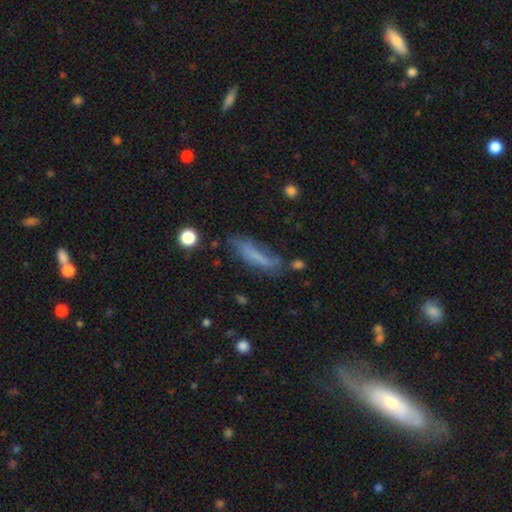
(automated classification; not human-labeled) Morphology: type=smooth (61%); roundness=cigar-shaped (70%); merging=none (50%).